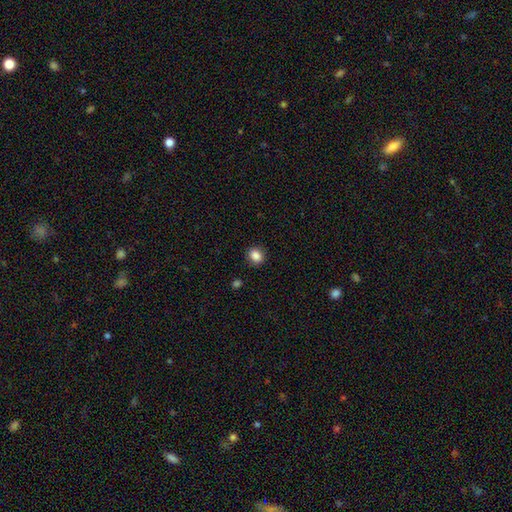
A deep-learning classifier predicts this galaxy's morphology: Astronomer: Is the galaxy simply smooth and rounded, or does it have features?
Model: smooth — 87%.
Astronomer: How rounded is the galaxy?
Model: round — 70%.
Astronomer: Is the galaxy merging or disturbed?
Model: none — 89%.